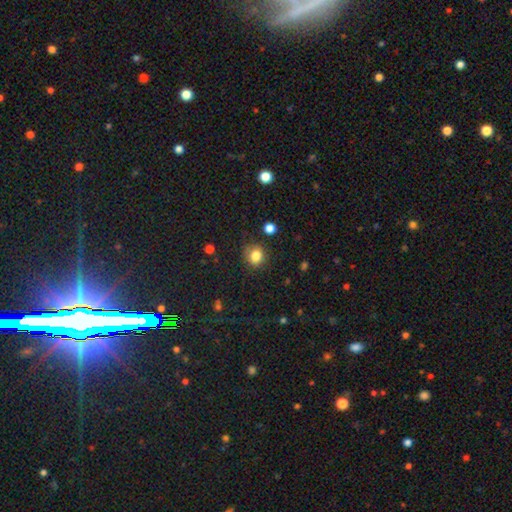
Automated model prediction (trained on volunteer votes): smooth-or-featured: smooth: 83% | star or artifact: 11% | featured or disk: 6%
  how-rounded: round: 76% | in between: 23% | cigar-shaped: 1%
  merging: none: 82% | minor disturbance: 12% | major disturbance: 3% | merger: 2%